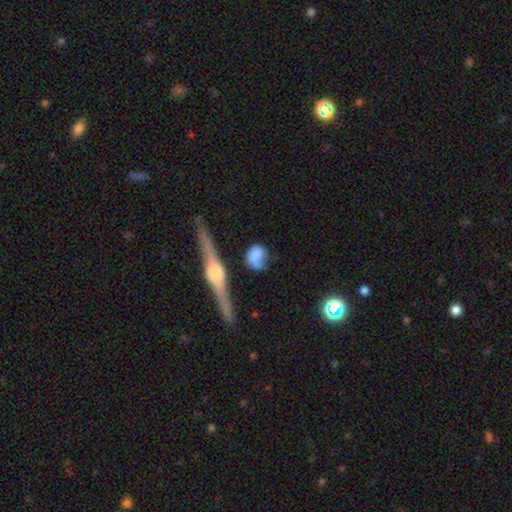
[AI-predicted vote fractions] Smooth or featured?
  - smooth: 64% *
  - featured or disk: 28%
  - star or artifact: 8%
How rounded?
  - round: 69% *
  - in between: 26%
  - cigar-shaped: 5%
Merging?
  - none: 53% *
  - minor disturbance: 24%
  - major disturbance: 12%
  - merger: 11%